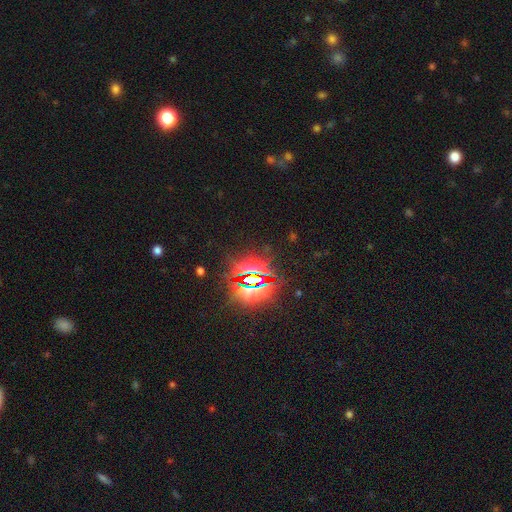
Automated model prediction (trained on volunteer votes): Morphology: type=star or artifact (84%).